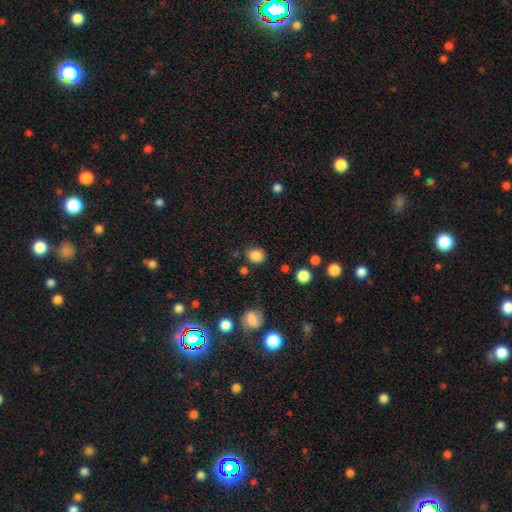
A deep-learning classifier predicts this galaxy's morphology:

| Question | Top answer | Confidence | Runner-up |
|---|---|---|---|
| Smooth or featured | smooth | 84% | star or artifact (11%) |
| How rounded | round | 56% | in between (43%) |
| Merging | none | 80% | minor disturbance (13%) |